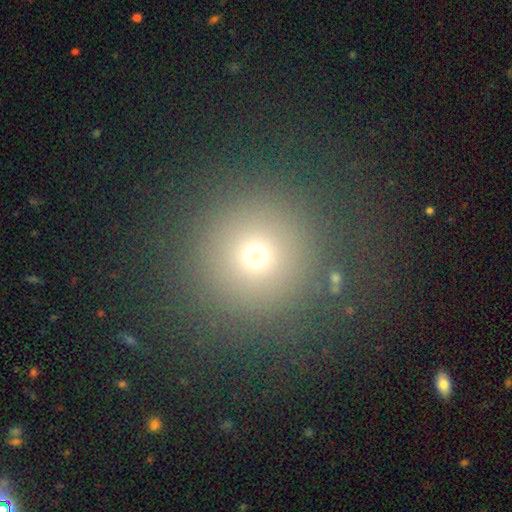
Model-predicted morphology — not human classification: This appears to be a smooth galaxy with no disk features (68%) that is round (95%). Merging: none (84%).